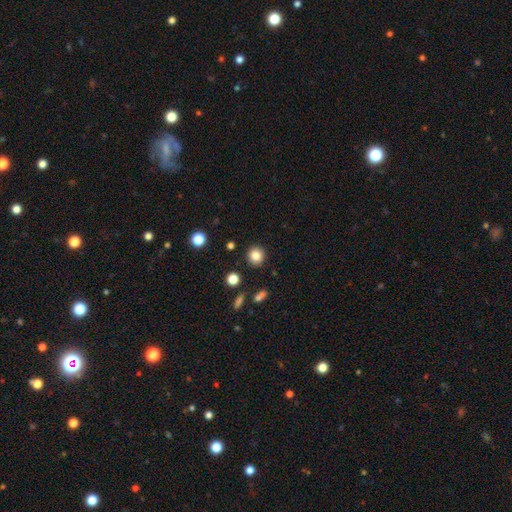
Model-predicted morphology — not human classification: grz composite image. It shows a smooth galaxy with no disk features (83%) that is round (90%). Merging: none (90%).